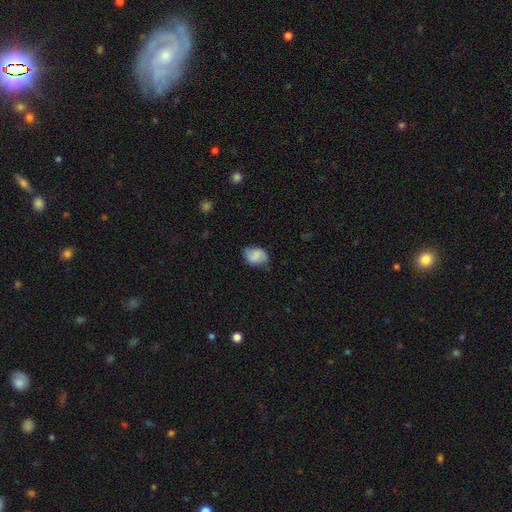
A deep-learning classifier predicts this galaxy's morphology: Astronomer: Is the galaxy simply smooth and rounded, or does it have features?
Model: smooth — 71%.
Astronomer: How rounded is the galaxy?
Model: in between — 68%.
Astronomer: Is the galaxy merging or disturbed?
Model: none — 63%.